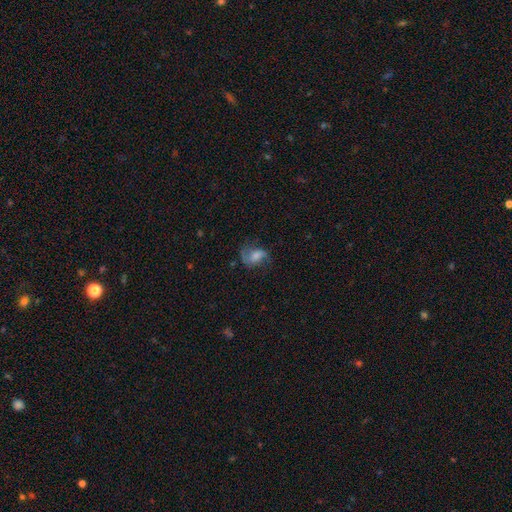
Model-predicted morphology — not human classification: This is possibly a featured or disk galaxy (48%). Merging: possibly none (51%).